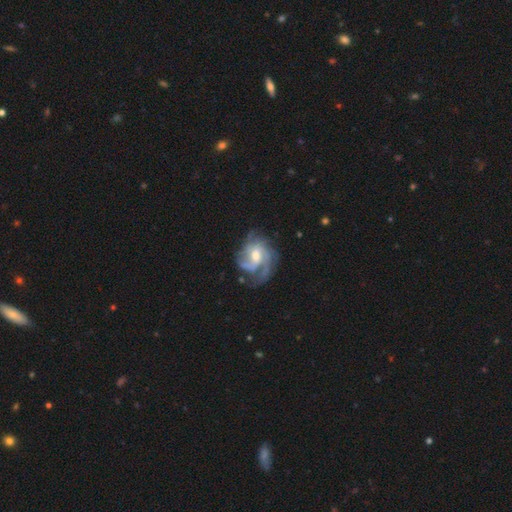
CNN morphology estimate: Q: Smooth or featured?
A: featured or disk (86%); runner-up: smooth (9%)
Q: Edge-on disk?
A: no (98%); runner-up: yes (2%)
Q: Bar?
A: weak (46%); runner-up: no (42%)
Q: Spiral arms?
A: yes (96%); runner-up: no (4%)
Q: Spiral winding?
A: medium (46%); runner-up: tight (36%)
Q: Spiral arm count?
A: 3 (32%); runner-up: 2 (26%)
Q: Bulge size?
A: moderate (57%); runner-up: small (36%)
Q: Merging?
A: none (58%); runner-up: minor disturbance (22%)